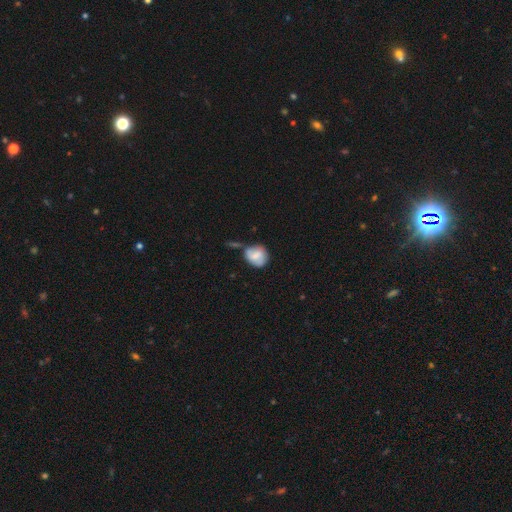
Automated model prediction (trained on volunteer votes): This is likely a smooth galaxy (68%). How rounded: likely round (71%). Merging: marginally none (44%).